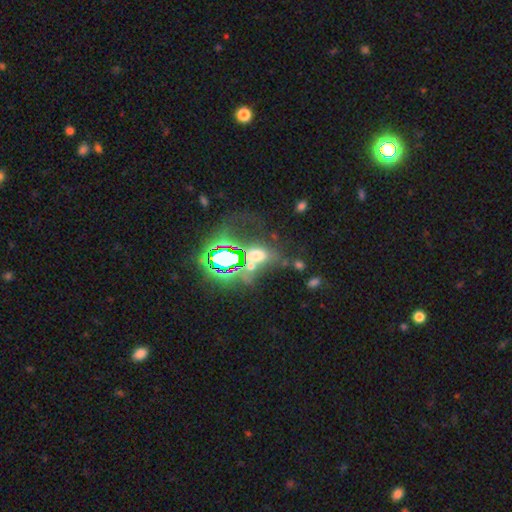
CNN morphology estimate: Smooth or featured: star or artifact — 43% (smooth — 41%)